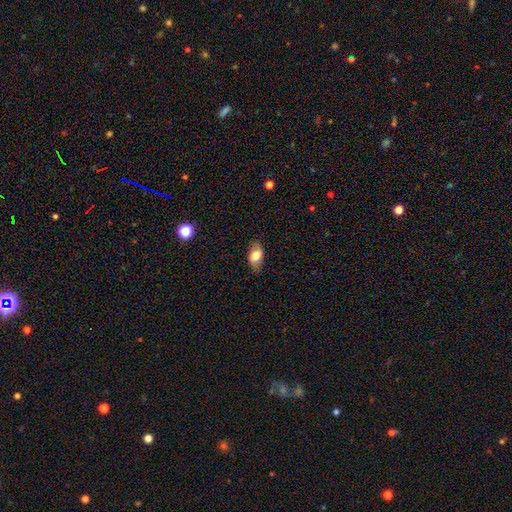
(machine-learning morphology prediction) type=smooth (74%); roundness=in between (89%); merging=none (80%).